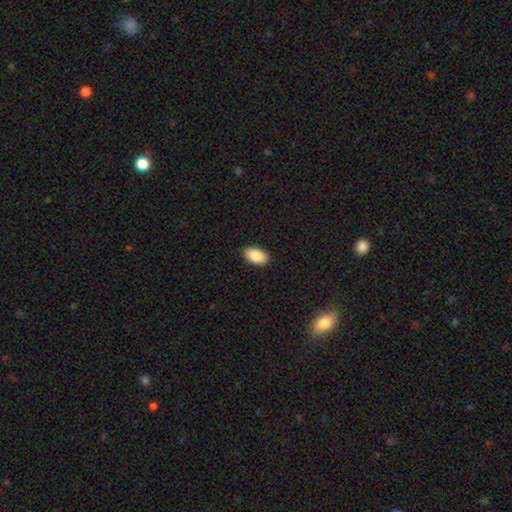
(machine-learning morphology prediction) smooth_or_featured: smooth (p=0.89) [alt: star or artifact p=0.06]
how_rounded: in between (p=0.95) [alt: round p=0.03]
merging: none (p=0.91) [alt: minor disturbance p=0.07]